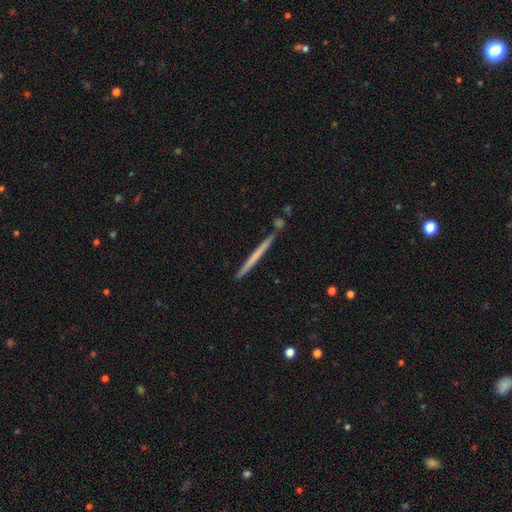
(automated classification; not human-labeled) This appears to be a smooth galaxy with no disk features (50%). Merging: none (87%).